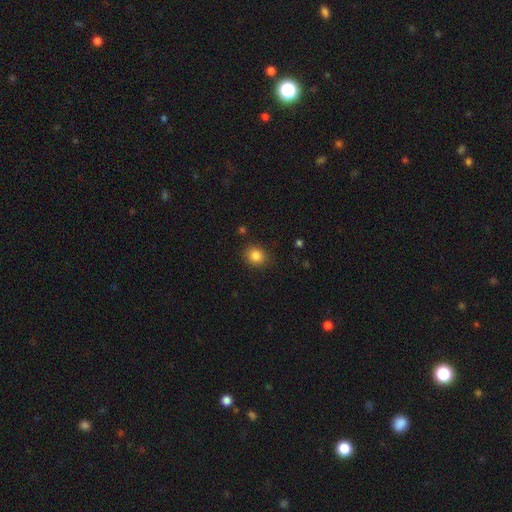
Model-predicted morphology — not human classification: type=smooth (84%); roundness=round (76%); merging=none (87%).